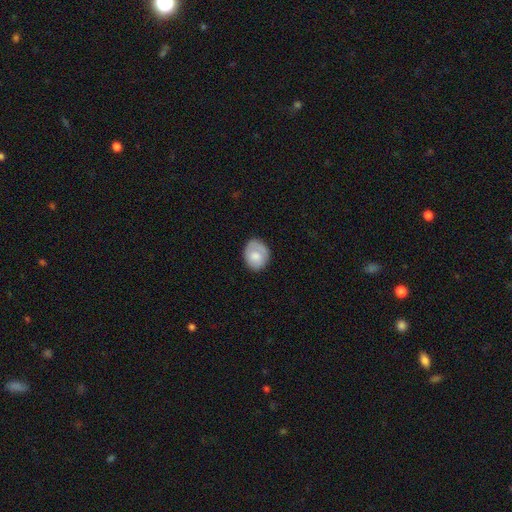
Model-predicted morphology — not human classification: Q: Smooth or featured?
A: smooth (72%); runner-up: featured or disk (22%)
Q: How rounded?
A: round (53%); runner-up: in between (46%)
Q: Merging?
A: none (70%); runner-up: minor disturbance (21%)